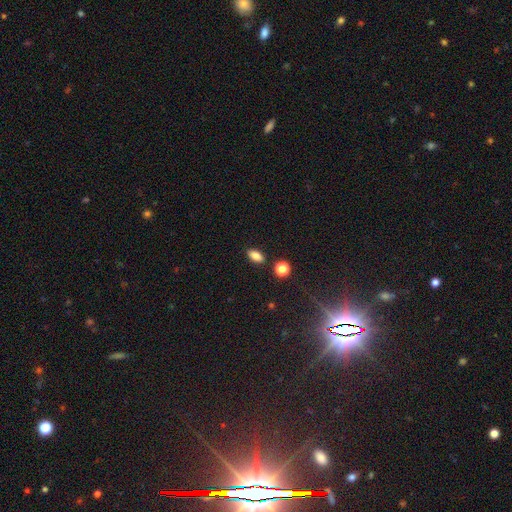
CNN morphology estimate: The model was most divided on "smooth or featured": smooth: 81%, star or artifact: 11%, featured or disk: 8%. More confident: how rounded — in between (87%); merging — none (85%).